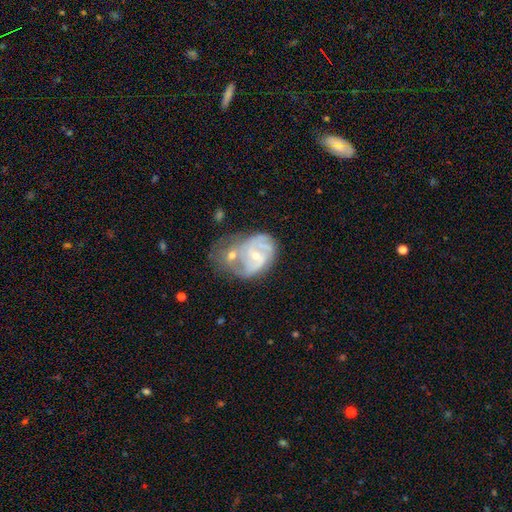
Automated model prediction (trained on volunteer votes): Smooth or featured? featured or disk (81%)
Edge-on disk? no (98%)
Bar? no (49%)
Spiral arms? yes (91%)
Spiral winding? medium (43%)
Spiral arm count? 2 (49%)
Bulge size? small (59%)
Merging? merger (47%)